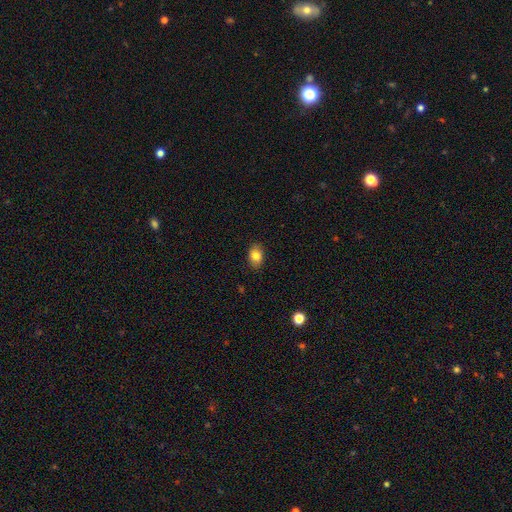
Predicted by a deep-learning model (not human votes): This appears to be a smooth galaxy with no disk features (84%) that is in between round and cigar-shaped (76%). Merging: none (87%).